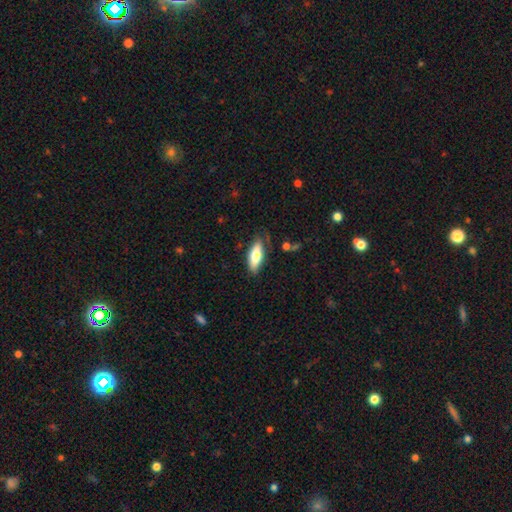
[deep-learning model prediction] The model was most divided on "how rounded": in between: 66%, cigar-shaped: 32%, round: 2%. More confident: merging — none (73%); smooth or featured — smooth (71%).